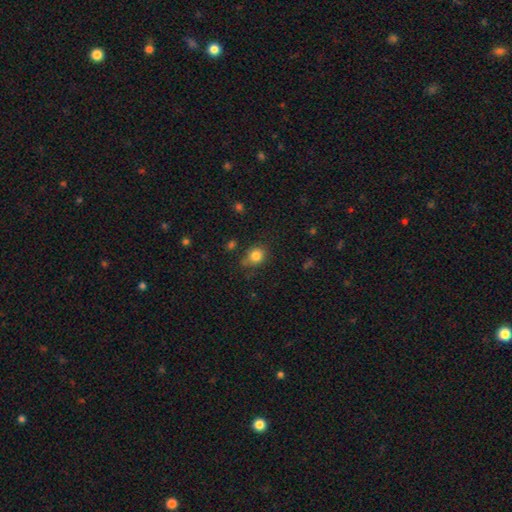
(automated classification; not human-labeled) smooth-or-featured: smooth: 83% | star or artifact: 11% | featured or disk: 6%
  how-rounded: round: 66% | in between: 33% | cigar-shaped: 1%
  merging: none: 70% | minor disturbance: 21% | major disturbance: 6% | merger: 3%